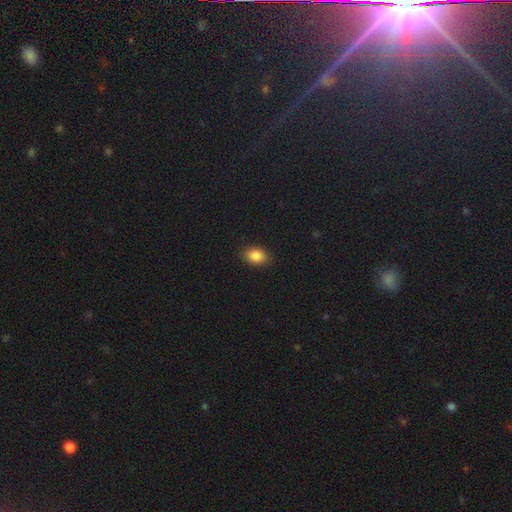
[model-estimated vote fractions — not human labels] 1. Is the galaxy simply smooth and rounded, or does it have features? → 86% smooth, 8% star or artifact, 5% featured or disk.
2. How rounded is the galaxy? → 83% in between, 16% round, 2% cigar-shaped.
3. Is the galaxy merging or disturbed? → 88% none, 9% minor disturbance, 2% major disturbance, 1% merger.